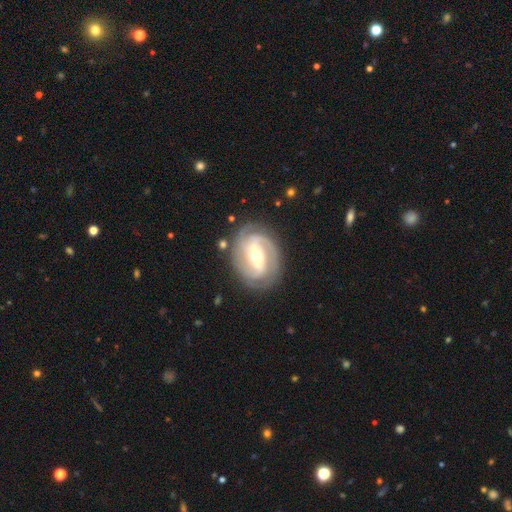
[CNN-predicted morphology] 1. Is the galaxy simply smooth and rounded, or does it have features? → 88% featured or disk, 7% smooth, 5% star or artifact.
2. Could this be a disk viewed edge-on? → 96% no, 4% yes.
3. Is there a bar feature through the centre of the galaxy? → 55% strong, 33% weak, 12% no.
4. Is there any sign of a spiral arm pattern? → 96% yes, 4% no.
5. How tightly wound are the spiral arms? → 58% tight, 34% medium, 8% loose.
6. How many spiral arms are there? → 45% 2, 30% 3, 12% can't tell, 5% 4, 4% 1, 3% more than 4.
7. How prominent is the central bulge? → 65% moderate, 28% small, 6% large, 1% none, 1% dominant.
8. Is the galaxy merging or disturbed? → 80% none, 13% minor disturbance, 5% major disturbance, 2% merger.